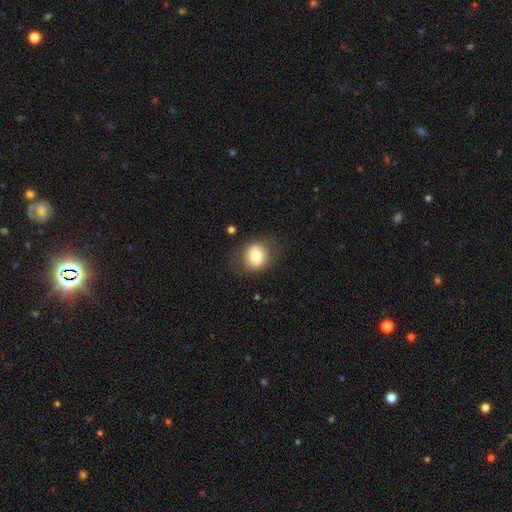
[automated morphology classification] Smooth or featured? Predicted: smooth (p=0.73). How rounded? Predicted: round (p=0.72). Merging? Predicted: none (p=0.79).